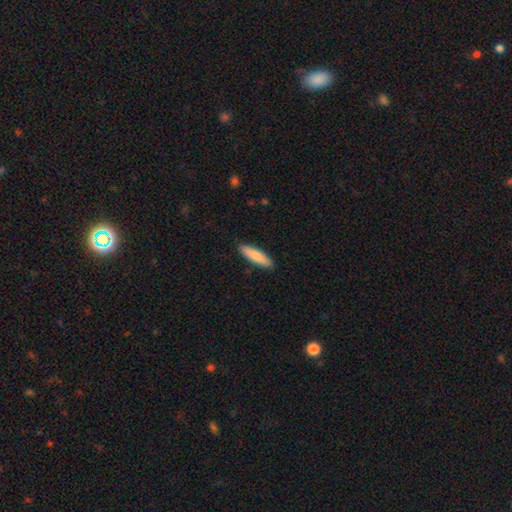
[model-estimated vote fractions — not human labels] smooth 82%, featured or disk 13%, star or artifact 5%. Down the decision tree: how rounded — cigar-shaped (74%); merging — none (90%).